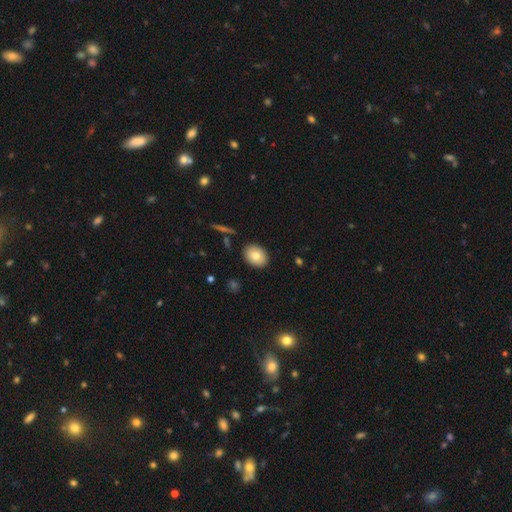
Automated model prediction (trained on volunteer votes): Smooth or featured? smooth (79%)
How rounded? in between (74%)
Merging? none (89%)